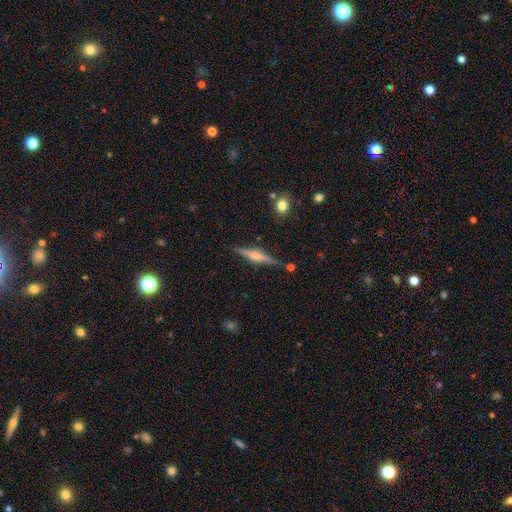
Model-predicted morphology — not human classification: A featured or disk galaxy (73%) viewed edge-on (97%) with a rounded central bulge (82%). Merging: none (85%).